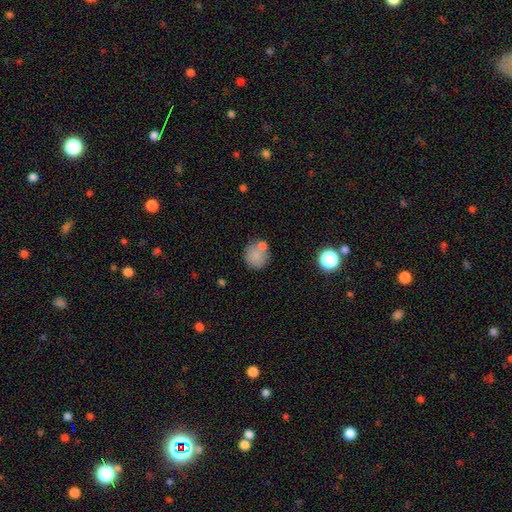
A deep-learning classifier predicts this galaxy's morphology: type=smooth (80%); roundness=round (88%); merging=none (64%).